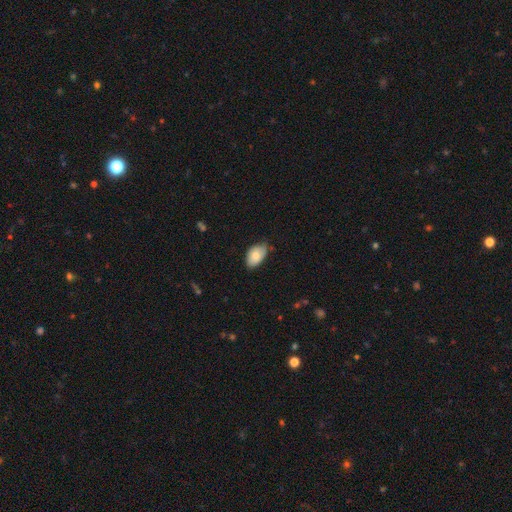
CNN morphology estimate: Smooth or featured: smooth — 81% (featured or disk — 13%)
How rounded: in between — 92% (round — 7%)
Merging: none — 65% (minor disturbance — 30%)